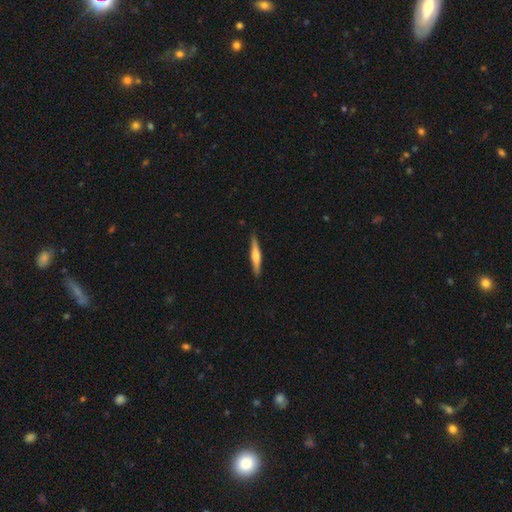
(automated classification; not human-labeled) Q: Smooth or featured?
A: smooth (51%); runner-up: featured or disk (44%)
Q: How rounded?
A: cigar-shaped (92%); runner-up: in between (7%)
Q: Merging?
A: none (89%); runner-up: minor disturbance (8%)